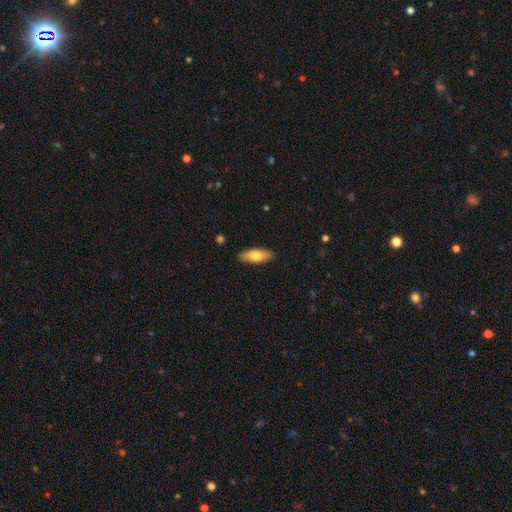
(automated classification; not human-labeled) This is likely a smooth galaxy (68%). How rounded: likely in between (66%). Merging: clearly none (89%).